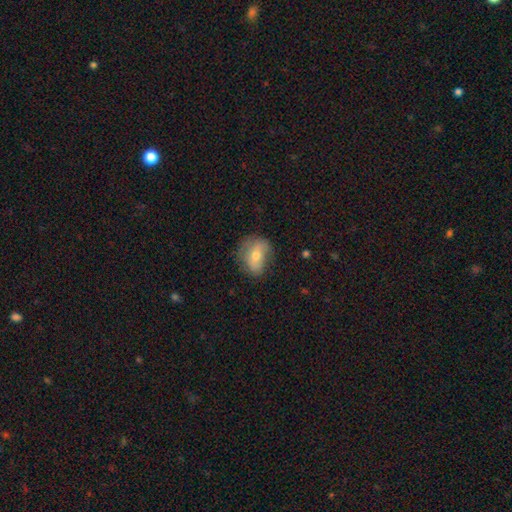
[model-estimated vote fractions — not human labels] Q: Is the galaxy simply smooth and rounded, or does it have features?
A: smooth — 59%.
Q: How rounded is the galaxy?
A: in between — 69%.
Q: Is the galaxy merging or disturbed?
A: none — 61%.